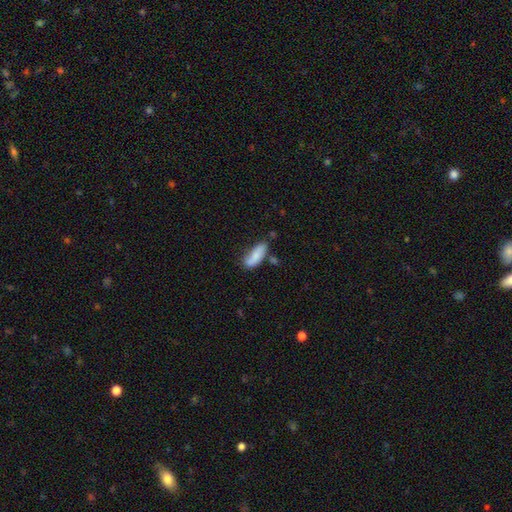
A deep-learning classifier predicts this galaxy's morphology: smooth-or-featured: smooth: 80% | featured or disk: 14% | star or artifact: 7%
  how-rounded: in between: 70% | cigar-shaped: 27% | round: 2%
  merging: none: 56% | minor disturbance: 27% | merger: 10% | major disturbance: 7%